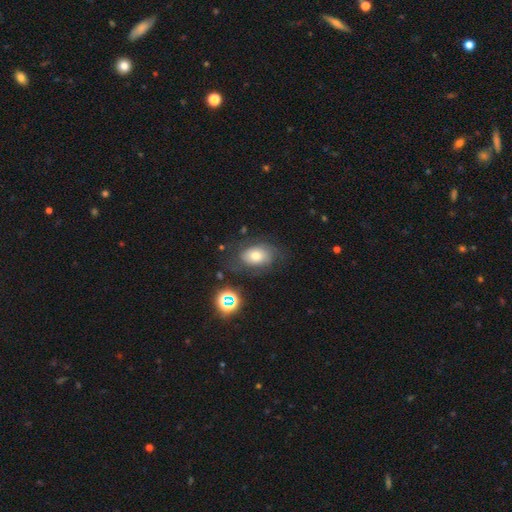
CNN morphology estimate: Smooth or featured? Predicted: smooth (p=0.54). How rounded? Predicted: in between (p=0.80). Merging? Predicted: none (p=0.63).